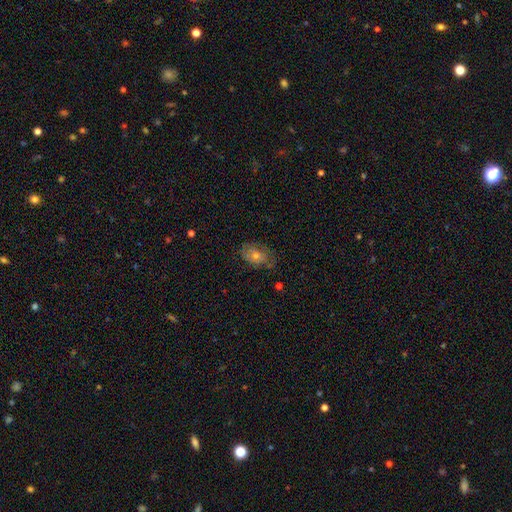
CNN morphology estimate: A featured or disk galaxy (50%).

Vote fractions:
- Smooth or featured? featured or disk: 50% / smooth: 38% / star or artifact: 13%
- Merging? none: 69% / minor disturbance: 21% / major disturbance: 8% / merger: 2%